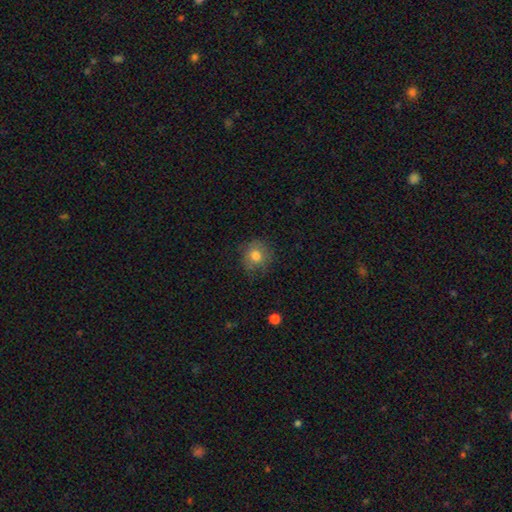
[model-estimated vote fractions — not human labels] smooth-or-featured: smooth: 76% | featured or disk: 15% | star or artifact: 10%
  how-rounded: round: 81% | in between: 18% | cigar-shaped: 1%
  merging: none: 71% | minor disturbance: 20% | major disturbance: 7% | merger: 1%